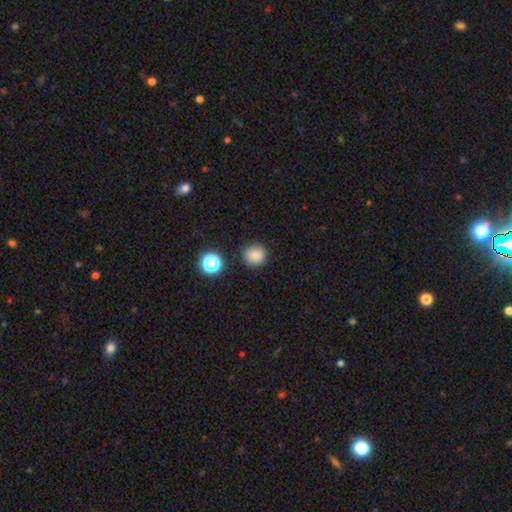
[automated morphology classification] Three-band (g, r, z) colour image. It shows a smooth galaxy with no disk features (83%) that is round (90%). Merging: none (84%).